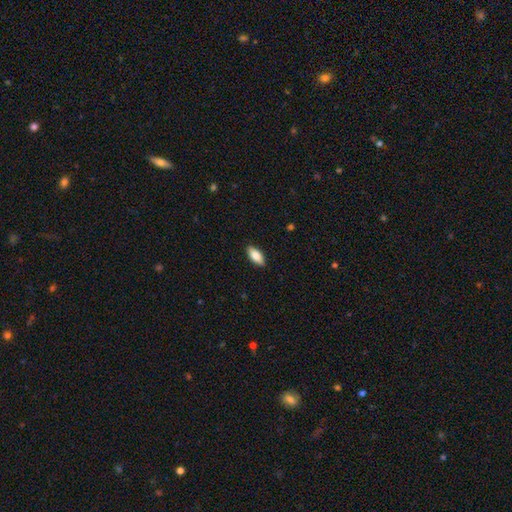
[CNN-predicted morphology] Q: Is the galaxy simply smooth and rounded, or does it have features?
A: smooth — 83%.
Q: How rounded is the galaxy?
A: in between — 86%.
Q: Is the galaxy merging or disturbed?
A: none — 89%.